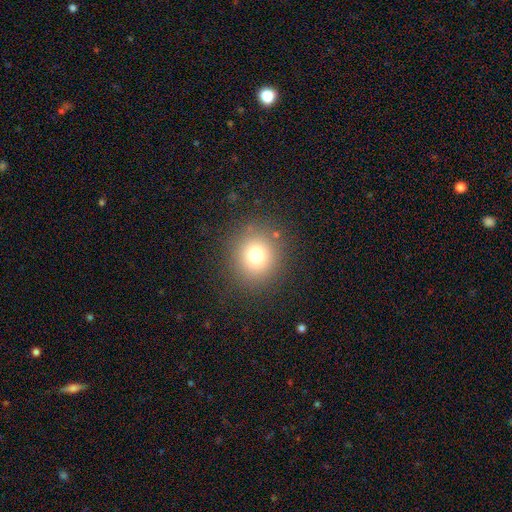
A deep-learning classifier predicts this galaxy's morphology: A smooth galaxy with no disk features (74%) that is round (89%).

Vote fractions:
- Smooth or featured? smooth: 74% / star or artifact: 16% / featured or disk: 10%
- How rounded? round: 89% / in between: 10% / cigar-shaped: 1%
- Merging? none: 87% / minor disturbance: 8% / major disturbance: 4% / merger: 2%